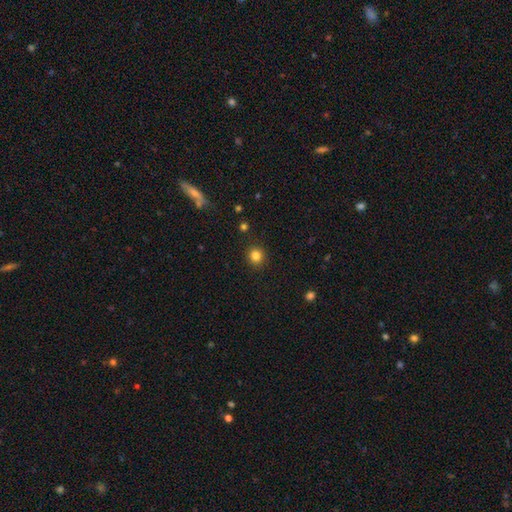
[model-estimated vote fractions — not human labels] A smooth galaxy with no disk features (83%) that is round (91%). Merging: none (91%).